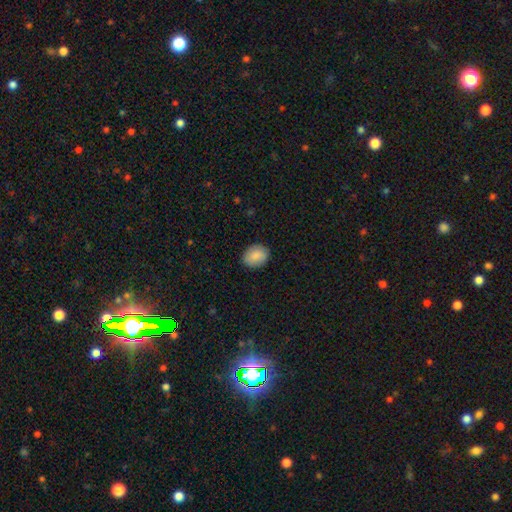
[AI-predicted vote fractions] This is clearly a smooth galaxy (88%). How rounded: likely in between (61%). Merging: clearly none (86%).